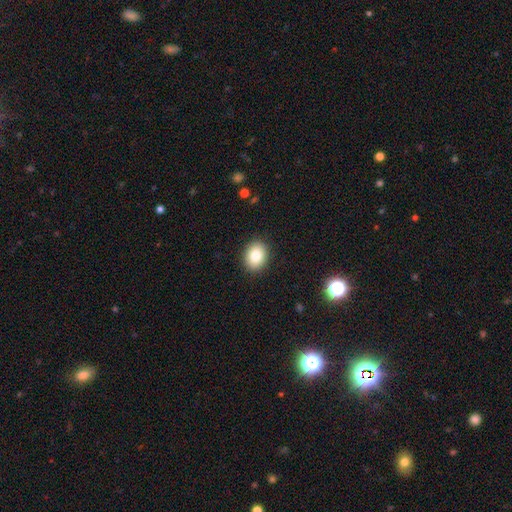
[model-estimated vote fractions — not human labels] Overall: smooth (84%). How rounded: in between (60%; round 39%). Merging: none (90%).